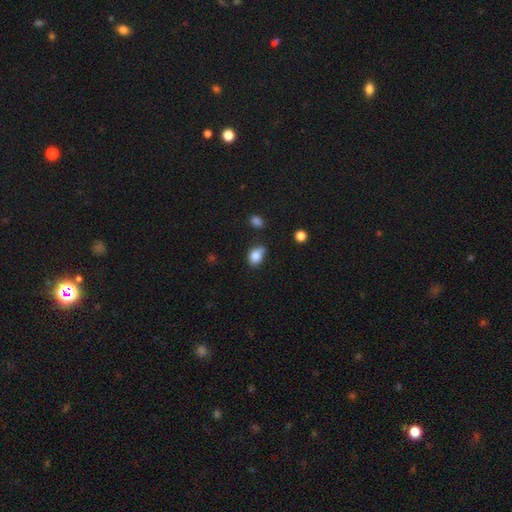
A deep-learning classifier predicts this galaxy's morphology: smooth_or_featured: smooth (p=0.84) [alt: star or artifact p=0.09]
how_rounded: in between (p=0.73) [alt: round p=0.26]
merging: none (p=0.46) [alt: minor disturbance p=0.39]